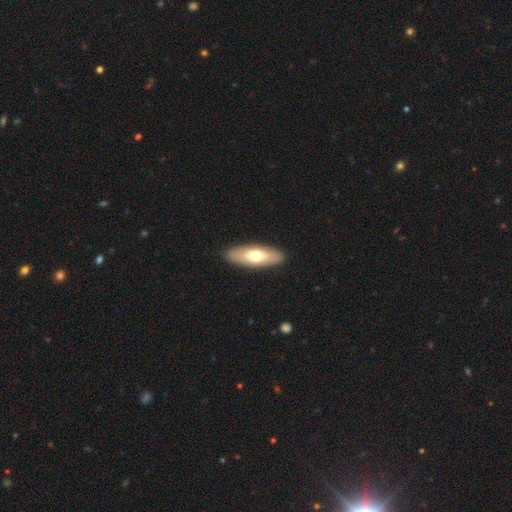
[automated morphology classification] The model was most divided on "smooth or featured": smooth: 62%, featured or disk: 33%, star or artifact: 5%. More confident: merging — none (89%); how rounded — in between (64%).